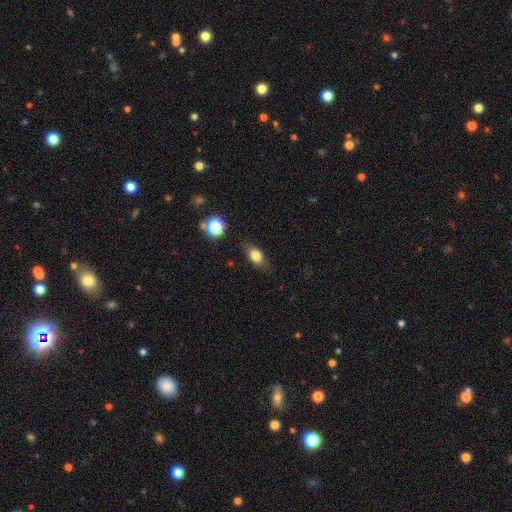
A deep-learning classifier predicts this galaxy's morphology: smooth_or_featured: smooth (p=0.76) [alt: featured or disk p=0.15]
how_rounded: in between (p=0.75) [alt: round p=0.18]
merging: none (p=0.77) [alt: minor disturbance p=0.16]